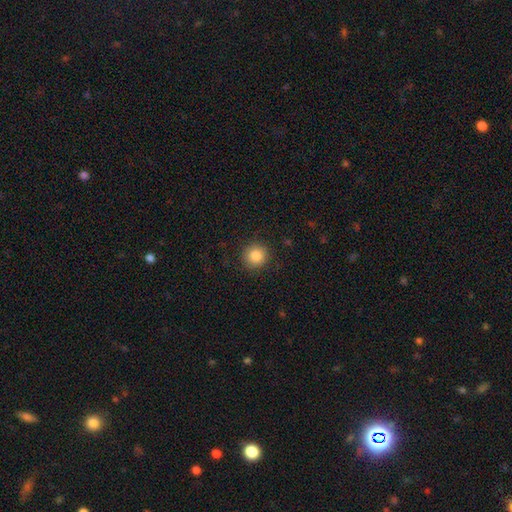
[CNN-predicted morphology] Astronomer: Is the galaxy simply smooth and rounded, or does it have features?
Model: smooth — 85%.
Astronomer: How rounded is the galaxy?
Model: round — 92%.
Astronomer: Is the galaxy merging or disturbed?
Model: none — 91%.